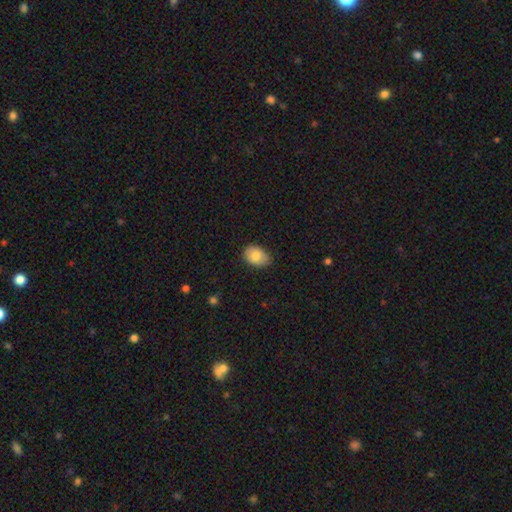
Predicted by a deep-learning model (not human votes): smooth-or-featured: smooth: 81% | featured or disk: 12% | star or artifact: 8%
  how-rounded: in between: 78% | round: 21% | cigar-shaped: 1%
  merging: none: 78% | minor disturbance: 19% | major disturbance: 3% | merger: 1%